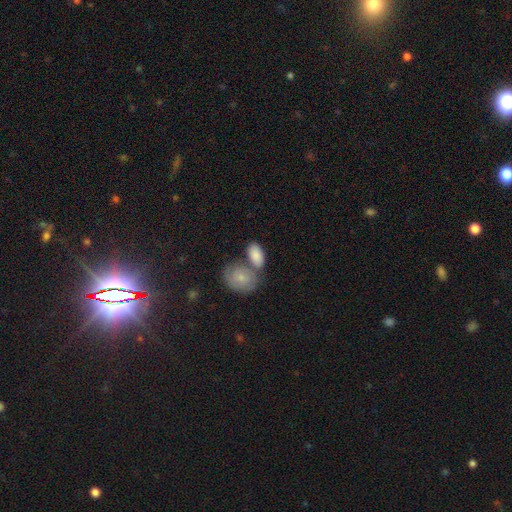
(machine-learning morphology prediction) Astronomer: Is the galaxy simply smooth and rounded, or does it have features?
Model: smooth — 82%.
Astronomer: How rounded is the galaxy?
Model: in between — 90%.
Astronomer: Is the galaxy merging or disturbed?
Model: none — 44% (runner-up: merger, 37%).